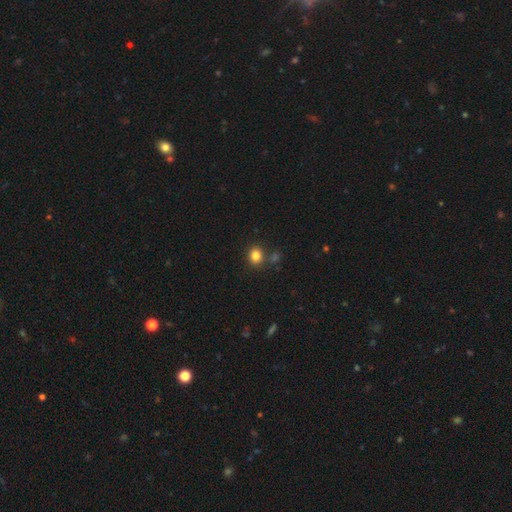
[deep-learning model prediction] A smooth galaxy with no disk features (83%) that is round (76%). Merging: none (78%).